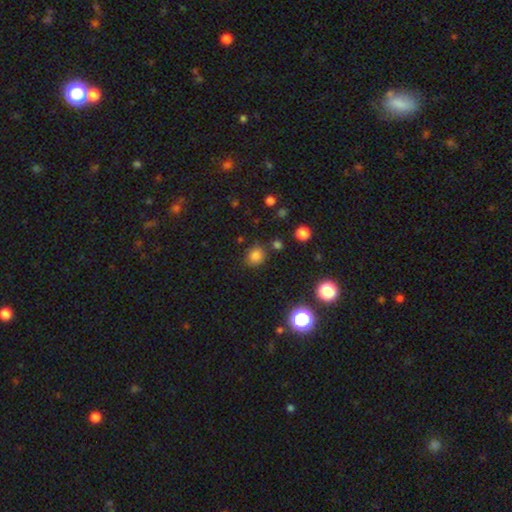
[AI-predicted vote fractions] Smooth or featured: smooth — 79% (star or artifact — 16%)
How rounded: round — 70% (in between — 29%)
Merging: none — 79% (minor disturbance — 12%)